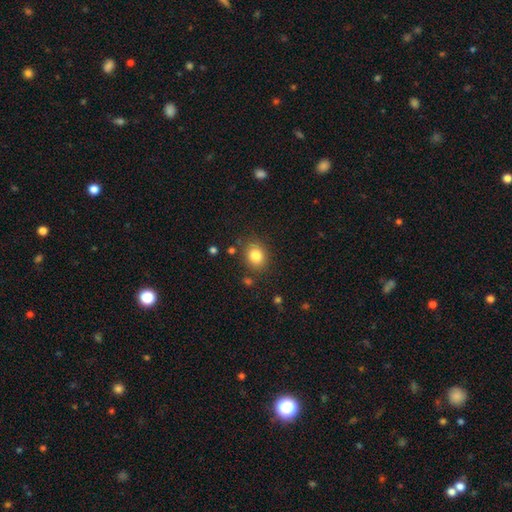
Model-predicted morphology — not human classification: This is clearly a smooth galaxy (83%). How rounded: possibly round (59%). Merging: clearly none (83%).